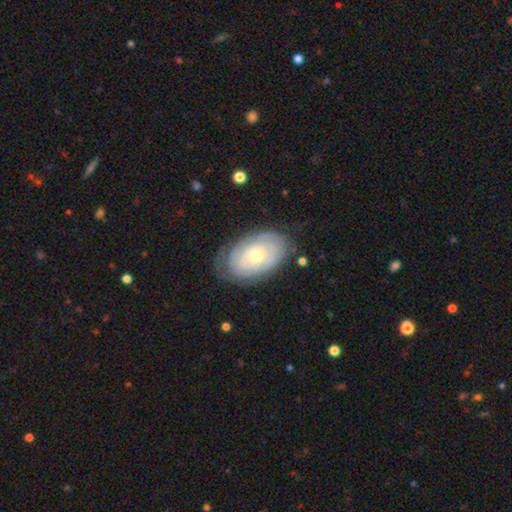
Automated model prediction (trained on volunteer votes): A featured or disk galaxy (69%) with no bar (85%), spiral arms (70%) and a small central bulge (49%). Merging: none (73%).